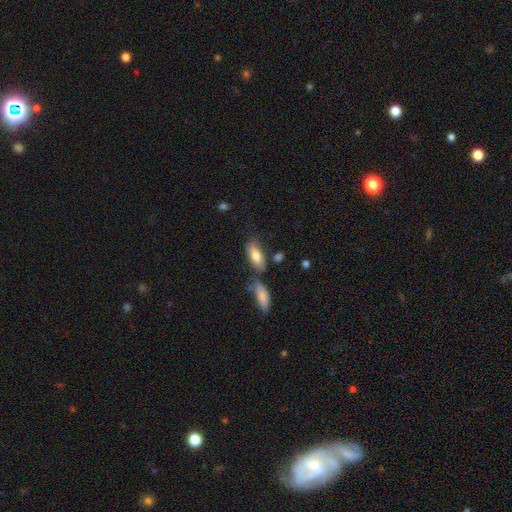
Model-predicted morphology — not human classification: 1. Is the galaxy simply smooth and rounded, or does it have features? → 77% smooth, 17% featured or disk, 6% star or artifact.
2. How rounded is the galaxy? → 79% in between, 19% cigar-shaped, 2% round.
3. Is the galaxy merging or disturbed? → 57% none, 19% minor disturbance, 18% merger, 6% major disturbance.